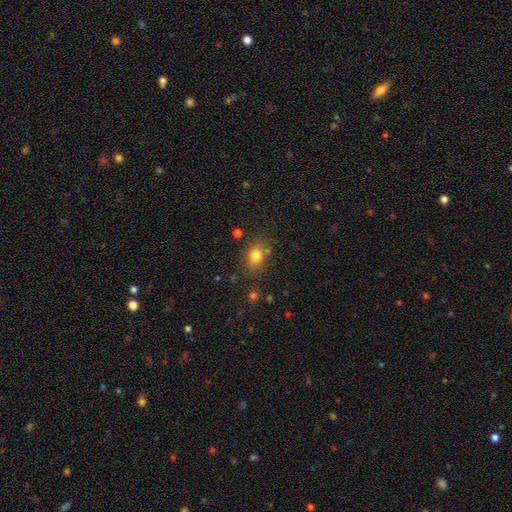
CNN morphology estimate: A smooth galaxy with no disk features (80%) that is round (54%).

Vote fractions:
- Smooth or featured? smooth: 80% / star or artifact: 13% / featured or disk: 8%
- How rounded? round: 54% / in between: 45% / cigar-shaped: 1%
- Merging? none: 77% / minor disturbance: 13% / merger: 5% / major disturbance: 5%